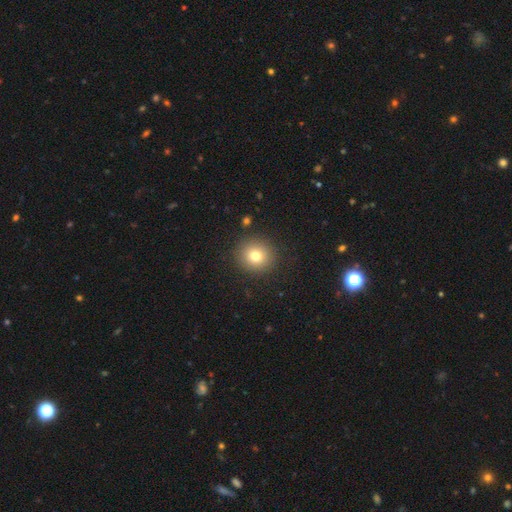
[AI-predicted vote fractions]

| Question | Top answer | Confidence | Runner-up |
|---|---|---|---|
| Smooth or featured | smooth | 77% | star or artifact (13%) |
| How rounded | round | 92% | in between (7%) |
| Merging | none | 90% | minor disturbance (6%) |